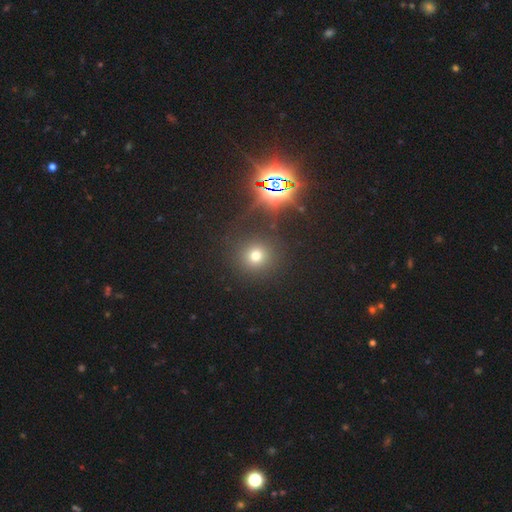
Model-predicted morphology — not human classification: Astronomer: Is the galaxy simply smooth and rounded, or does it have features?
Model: smooth — 67%.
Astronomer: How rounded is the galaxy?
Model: round — 92%.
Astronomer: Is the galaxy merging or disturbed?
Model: none — 85%.